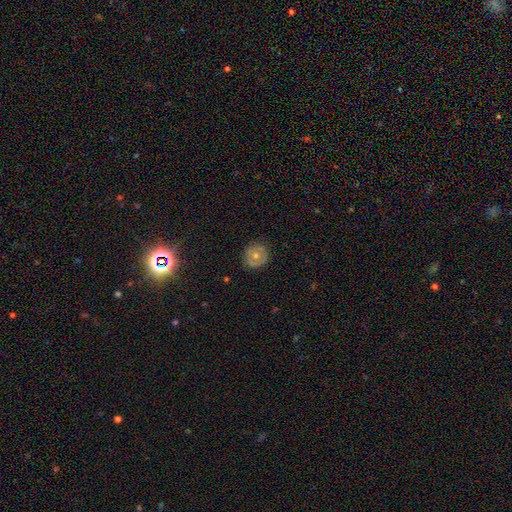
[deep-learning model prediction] A smooth galaxy with no disk features (56%) that is round (87%). Merging: none (82%).